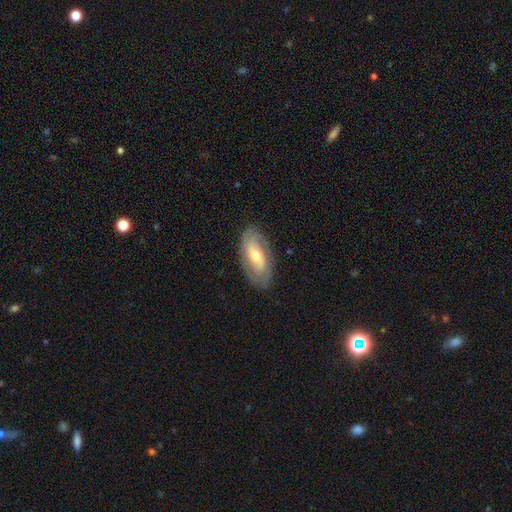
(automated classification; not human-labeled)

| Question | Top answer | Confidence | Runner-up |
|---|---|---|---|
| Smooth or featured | featured or disk | 65% | smooth (29%) |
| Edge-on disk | no | 89% | yes (11%) |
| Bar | no | 45% | weak (37%) |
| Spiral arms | yes | 77% | no (23%) |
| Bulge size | moderate | 56% | small (39%) |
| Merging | none | 81% | minor disturbance (14%) |